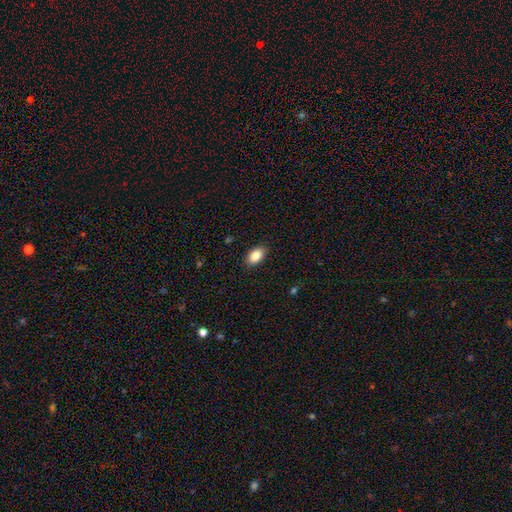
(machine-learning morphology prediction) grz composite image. It shows a smooth galaxy with no disk features (87%) that is in between round and cigar-shaped (92%). Merging: none (89%).